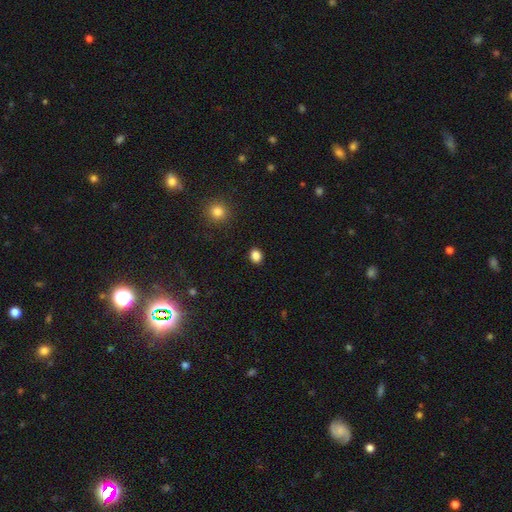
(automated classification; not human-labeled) This appears to be a smooth galaxy with no disk features (85%) that is round (57%). Merging: none (90%).